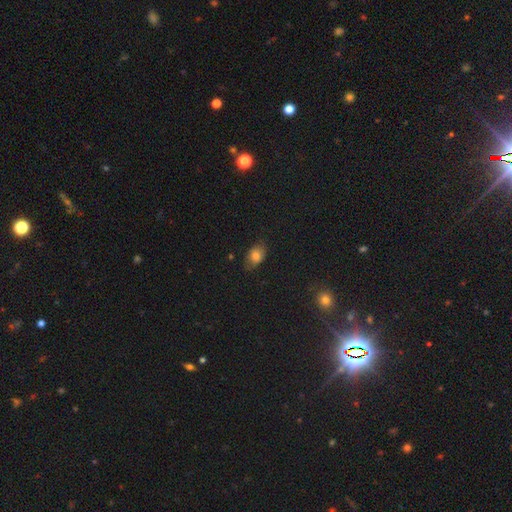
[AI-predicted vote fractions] This is likely a smooth galaxy (77%). How rounded: likely in between (79%). Merging: likely none (71%).